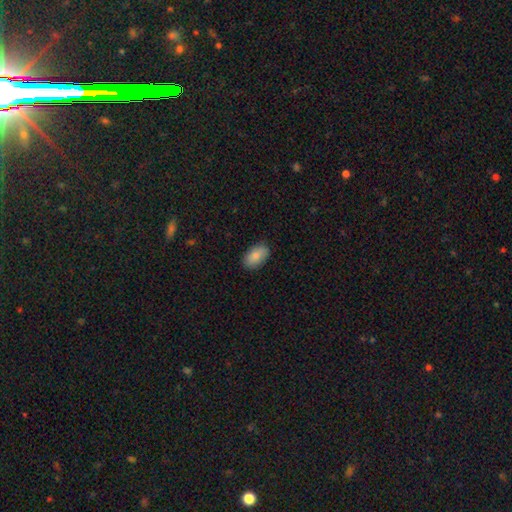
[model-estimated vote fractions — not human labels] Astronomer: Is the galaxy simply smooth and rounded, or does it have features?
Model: smooth — 86%.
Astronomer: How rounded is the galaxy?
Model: in between — 94%.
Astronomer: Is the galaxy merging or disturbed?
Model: none — 88%.